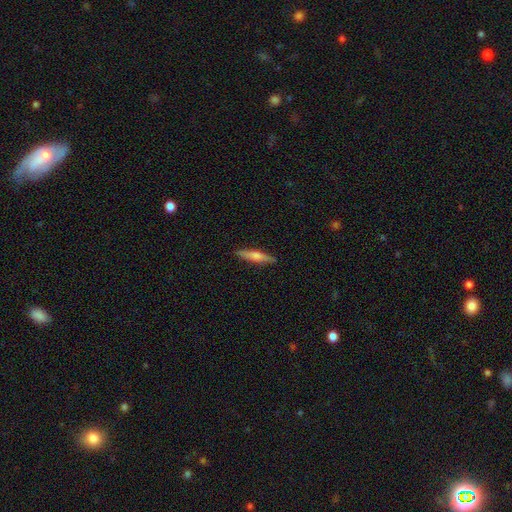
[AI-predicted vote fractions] A smooth galaxy with no disk features (47%, tied with featured or disk).

Vote fractions:
- Smooth or featured? smooth: 47% (tied) / featured or disk: 47% (tied) / star or artifact: 6%
- Merging? none: 90% / minor disturbance: 8% / major disturbance: 2% / merger: 1%